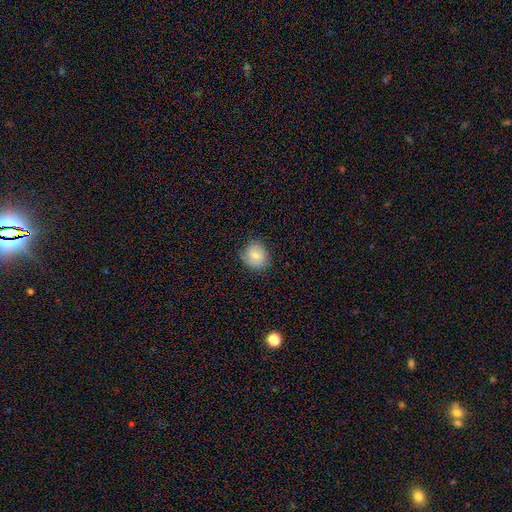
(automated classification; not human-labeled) Smooth or featured? Predicted: smooth (p=0.72). How rounded? Predicted: round (p=0.75). Merging? Predicted: none (p=0.76).